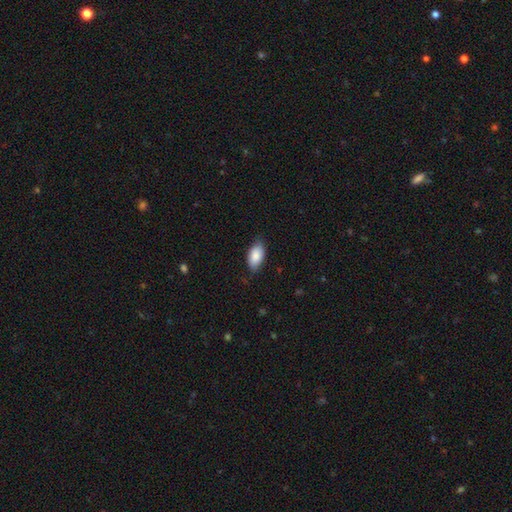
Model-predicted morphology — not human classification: Smooth or featured?
  - smooth: 85% *
  - featured or disk: 8%
  - star or artifact: 6%
How rounded?
  - in between: 94% *
  - round: 4%
  - cigar-shaped: 3%
Merging?
  - none: 77% *
  - minor disturbance: 19%
  - major disturbance: 3%
  - merger: 1%